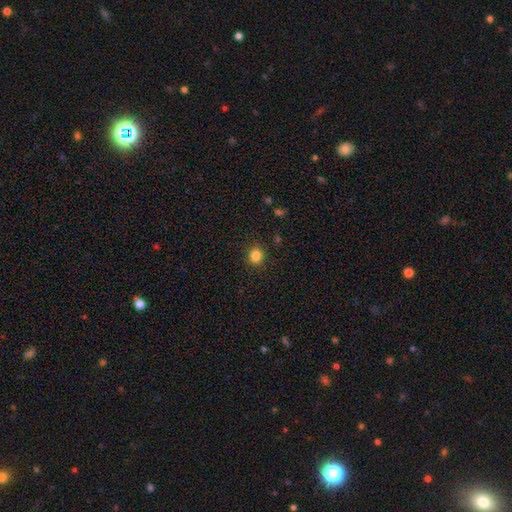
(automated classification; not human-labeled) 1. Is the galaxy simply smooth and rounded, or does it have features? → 84% smooth, 12% star or artifact, 4% featured or disk.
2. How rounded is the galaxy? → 83% round, 16% in between, 1% cigar-shaped.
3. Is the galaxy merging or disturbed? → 90% none, 7% minor disturbance, 2% major disturbance, 1% merger.